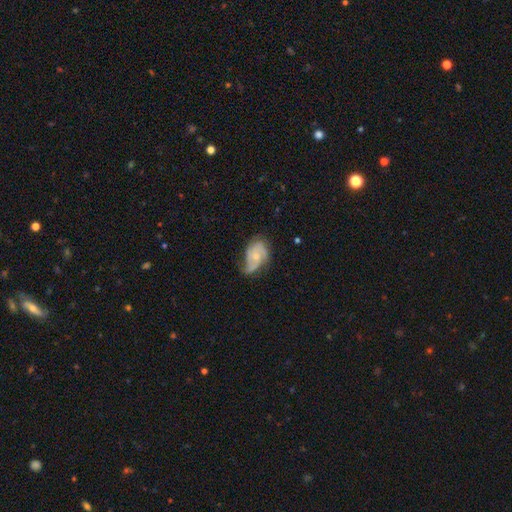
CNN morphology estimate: smooth-or-featured: featured or disk: 74% | smooth: 20% | star or artifact: 6%
  disk-edge-on: no: 97% | yes: 3%
    bar: no: 74% | weak: 23% | strong: 4%
    has-spiral-arms: yes: 92% | no: 8%
      spiral-winding: medium: 43% | tight: 34% | loose: 23%
      spiral-arm-count: 2: 36% | 3: 34% | can't tell: 15% | 1: 7% | 4: 4% | more than 4: 3%
    bulge-size: small: 52% | moderate: 43% | none: 3% | large: 1% | dominant: 1%
  merging: none: 45% | minor disturbance: 34% | major disturbance: 19% | merger: 2%